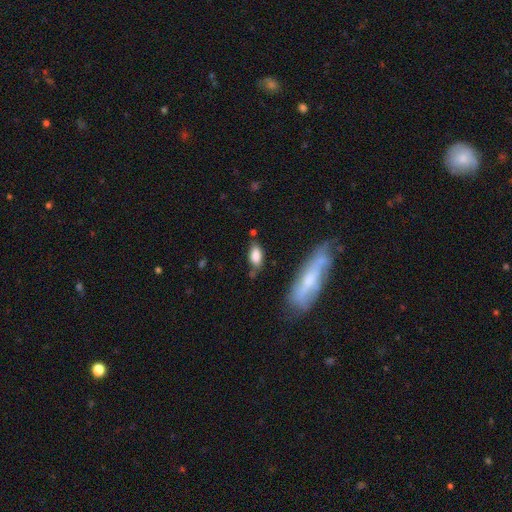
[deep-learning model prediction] Smooth or featured?
  - smooth: 80% *
  - featured or disk: 12%
  - star or artifact: 8%
How rounded?
  - in between: 84% *
  - cigar-shaped: 11%
  - round: 5%
Merging?
  - none: 61% *
  - minor disturbance: 24%
  - merger: 8%
  - major disturbance: 7%